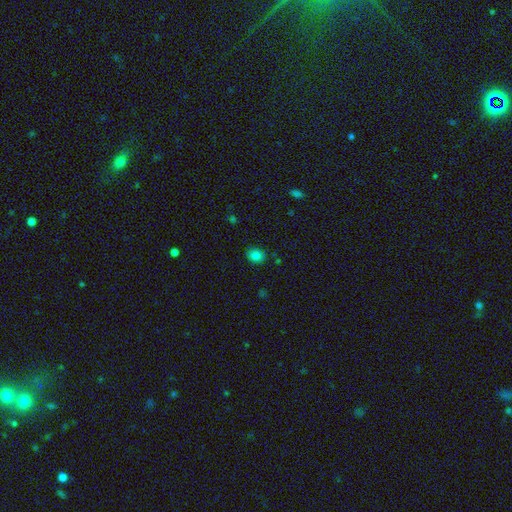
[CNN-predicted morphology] This is clearly a smooth galaxy (81%). How rounded: possibly round (53%). Merging: clearly none (85%).